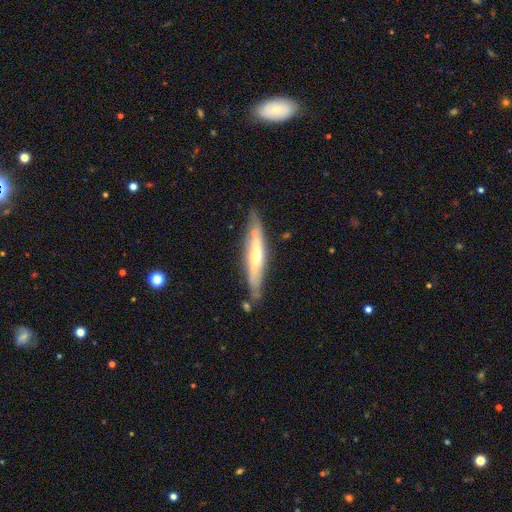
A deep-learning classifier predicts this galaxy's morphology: This appears to be a featured or disk galaxy (61%) viewed edge-on (83%) with a rounded central bulge (73%). Merging: none (75%).